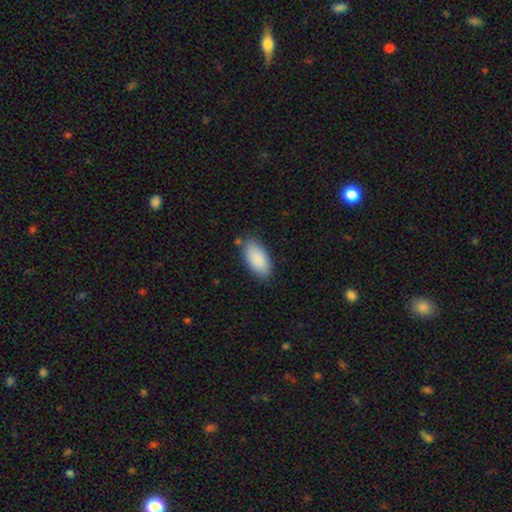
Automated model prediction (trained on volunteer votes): smooth 89%, star or artifact 6%, featured or disk 5%. Down the decision tree: how rounded — in between (92%); merging — none (80%).